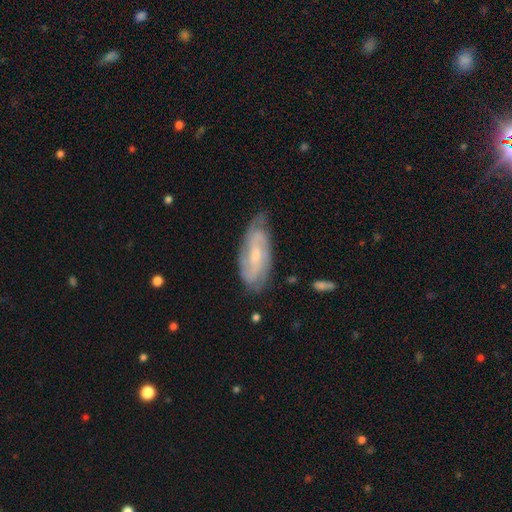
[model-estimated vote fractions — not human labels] Q: Smooth or featured?
A: featured or disk (78%); runner-up: smooth (16%)
Q: Edge-on disk?
A: no (91%); runner-up: yes (9%)
Q: Bar?
A: weak (43%); runner-up: no (42%)
Q: Spiral arms?
A: yes (94%); runner-up: no (6%)
Q: Spiral winding?
A: tight (48%); runner-up: medium (39%)
Q: Spiral arm count?
A: 2 (36%); runner-up: can't tell (28%)
Q: Bulge size?
A: small (59%); runner-up: moderate (36%)
Q: Merging?
A: none (71%); runner-up: minor disturbance (22%)